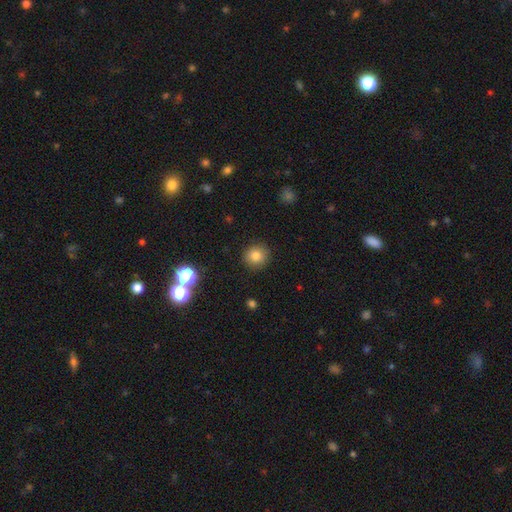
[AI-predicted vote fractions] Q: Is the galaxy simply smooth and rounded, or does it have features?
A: smooth — 82%.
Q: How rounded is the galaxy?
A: round — 90%.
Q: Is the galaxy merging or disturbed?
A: none — 90%.